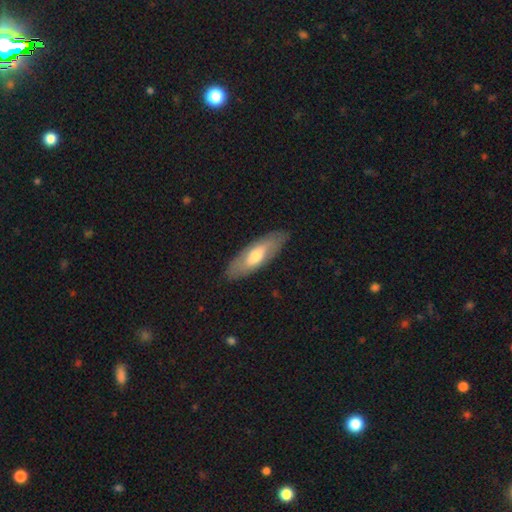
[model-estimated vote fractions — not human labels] Smooth or featured? smooth (56%)
How rounded? in between (65%)
Merging? none (85%)